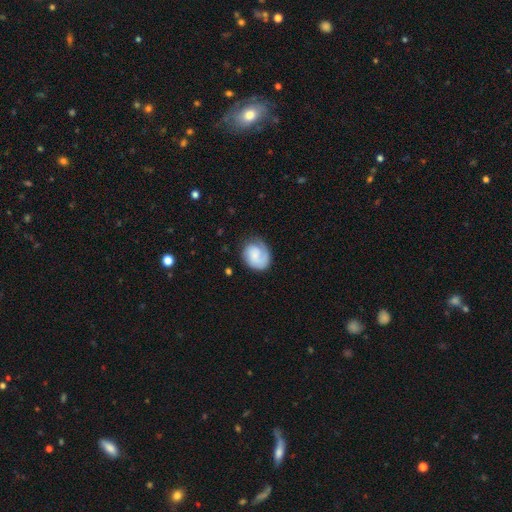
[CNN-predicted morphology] type=featured or disk (50%); merging=none (64%).